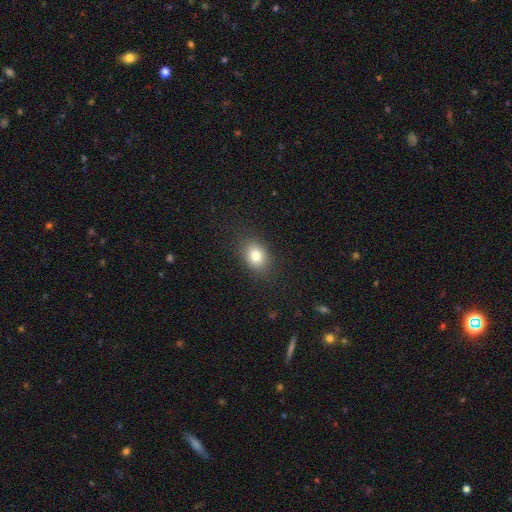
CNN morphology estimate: Smooth or featured? Predicted: smooth (p=0.80). How rounded? Predicted: in between (p=0.65). Merging? Predicted: none (p=0.86).